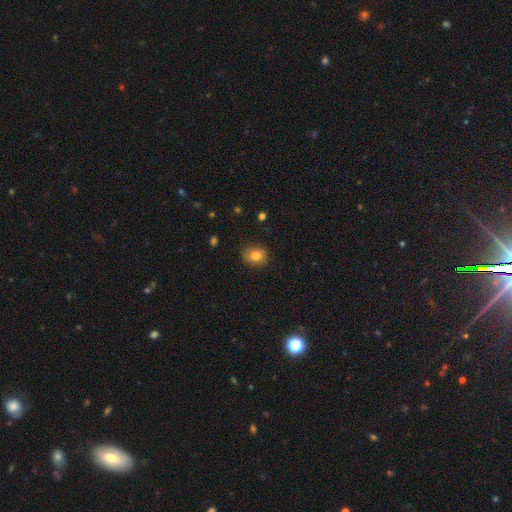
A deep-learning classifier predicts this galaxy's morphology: Smooth or featured: smooth — 82% (star or artifact — 10%)
How rounded: round — 59% (in between — 40%)
Merging: none — 84% (minor disturbance — 13%)